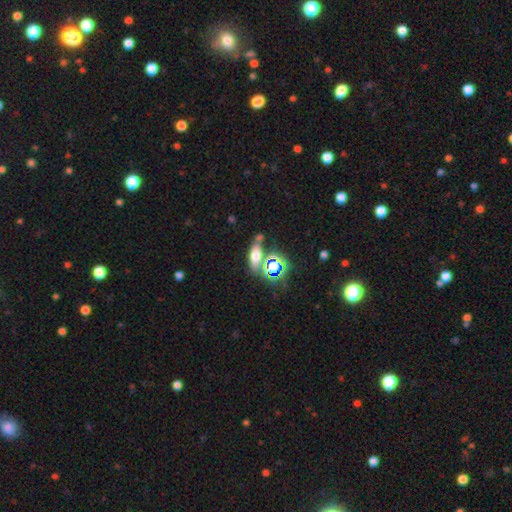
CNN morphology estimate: Smooth or featured? Predicted: smooth (p=0.50). Merging? Predicted: none (p=0.64).